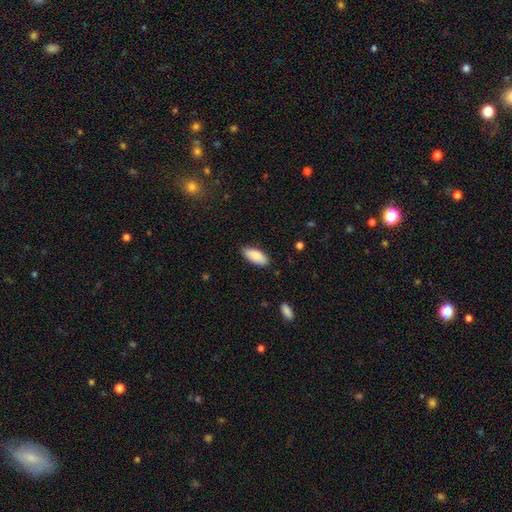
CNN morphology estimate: Smooth or featured? Predicted: smooth (p=0.87). How rounded? Predicted: in between (p=0.85). Merging? Predicted: none (p=0.86).